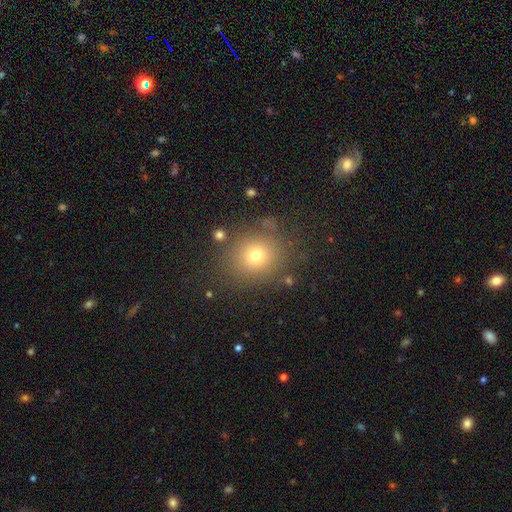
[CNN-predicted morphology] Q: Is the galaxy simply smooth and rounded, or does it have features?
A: smooth — 72%.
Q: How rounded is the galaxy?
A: round — 79%.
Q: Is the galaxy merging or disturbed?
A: none — 82%.